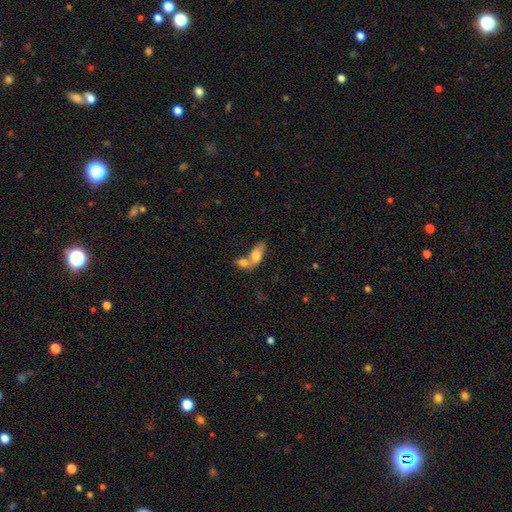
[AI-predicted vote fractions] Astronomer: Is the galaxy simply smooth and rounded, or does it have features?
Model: smooth — 75%.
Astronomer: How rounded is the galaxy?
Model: in between — 83%.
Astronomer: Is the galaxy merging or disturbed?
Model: merger — 68%.